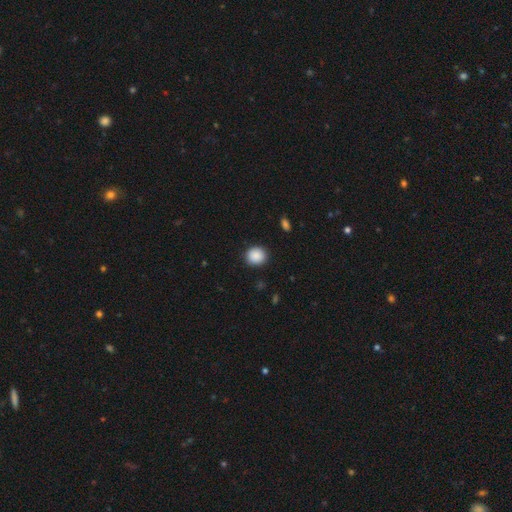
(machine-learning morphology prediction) A smooth galaxy with no disk features (89%) that is round (86%).

Vote fractions:
- Smooth or featured? smooth: 89% / star or artifact: 8% / featured or disk: 3%
- How rounded? round: 86% / in between: 13% / cigar-shaped: 1%
- Merging? none: 91% / minor disturbance: 6% / major disturbance: 2% / merger: 1%